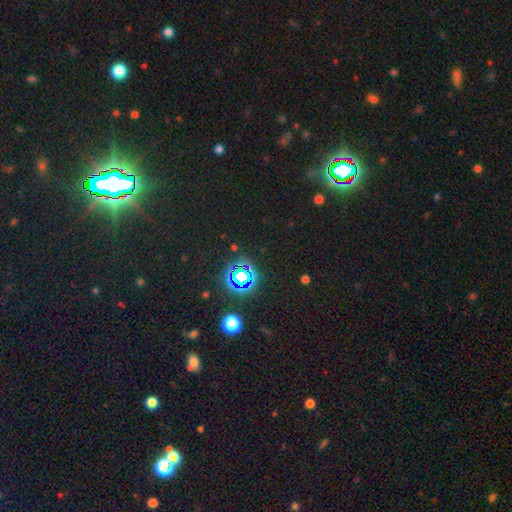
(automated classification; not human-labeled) Smooth or featured? star or artifact (79%)